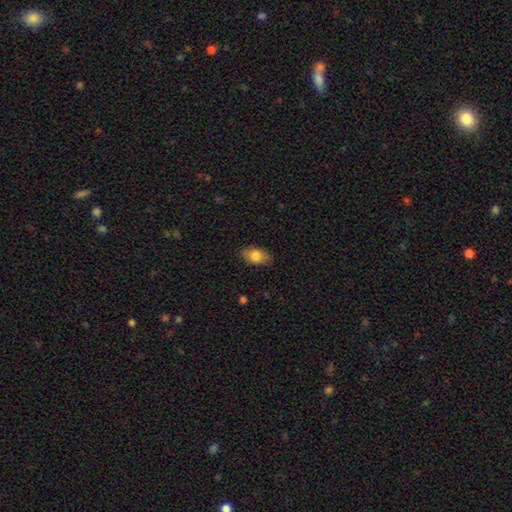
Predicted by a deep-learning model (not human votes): Smooth or featured?
  - smooth: 85% *
  - featured or disk: 8%
  - star or artifact: 7%
How rounded?
  - in between: 89% *
  - round: 9%
  - cigar-shaped: 2%
Merging?
  - none: 84% *
  - minor disturbance: 13%
  - major disturbance: 3%
  - merger: 1%